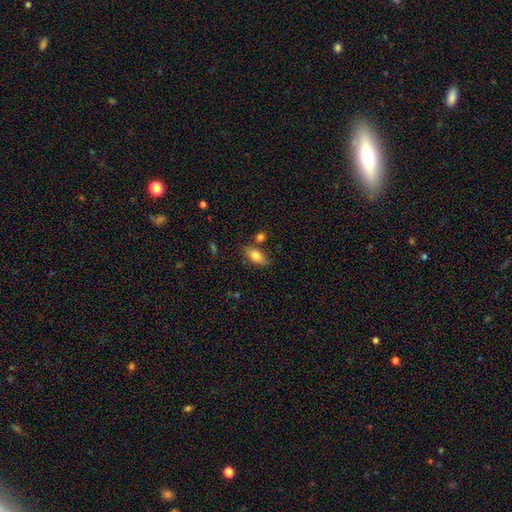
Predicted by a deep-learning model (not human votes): Morphology: type=smooth (80%); roundness=in between (86%); merging=none (72%).